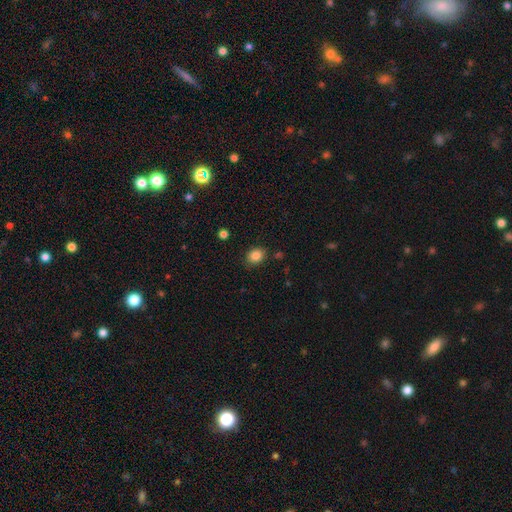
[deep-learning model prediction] Smooth or featured? Predicted: smooth (p=0.85). How rounded? Predicted: round (p=0.54). Merging? Predicted: none (p=0.84).